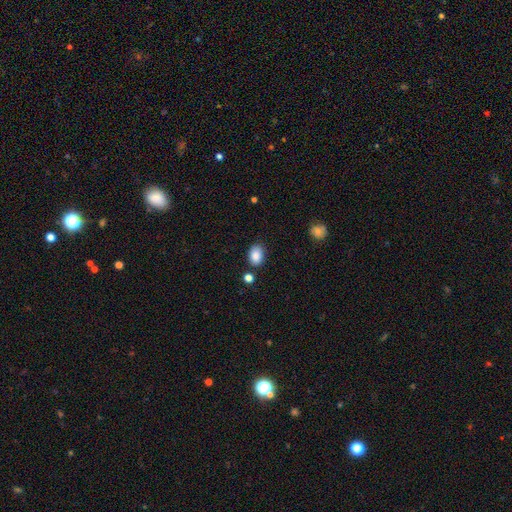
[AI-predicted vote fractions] smooth_or_featured: smooth (p=0.86) [alt: star or artifact p=0.08]
how_rounded: in between (p=0.80) [alt: round p=0.18]
merging: none (p=0.80) [alt: minor disturbance p=0.13]